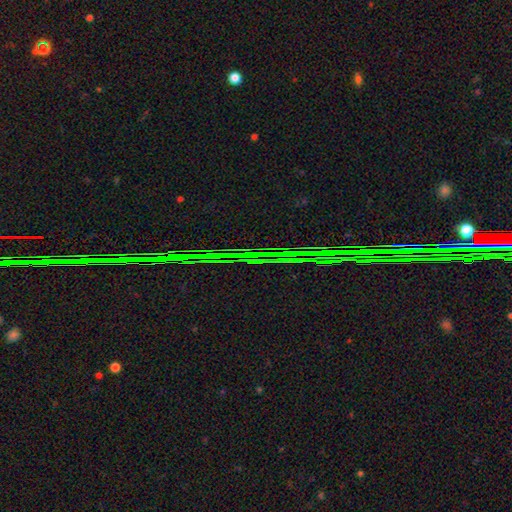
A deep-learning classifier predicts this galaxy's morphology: A star or artifact, not a galaxy (85%).

Vote fractions:
- Smooth or featured? star or artifact: 85% / featured or disk: 8% / smooth: 7%